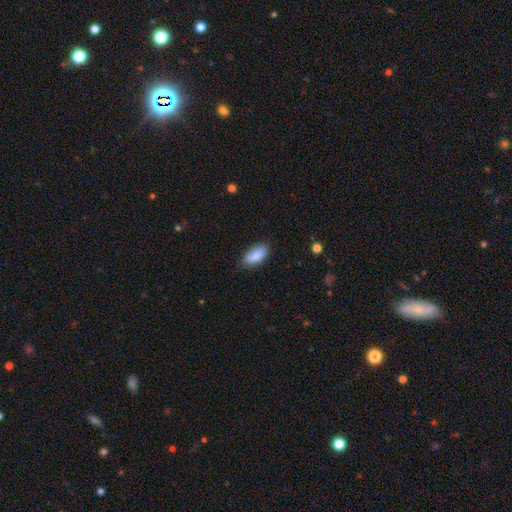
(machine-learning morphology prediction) Smooth or featured: smooth — 86% (featured or disk — 7%)
How rounded: in between — 88% (cigar-shaped — 9%)
Merging: none — 76% (minor disturbance — 19%)